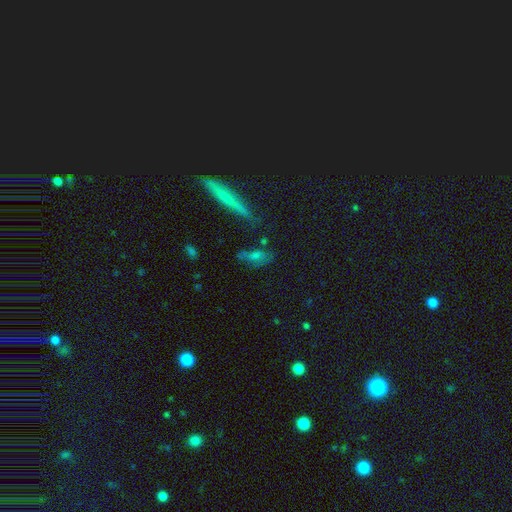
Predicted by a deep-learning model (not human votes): The model was most divided on "smooth or featured": smooth: 47%, featured or disk: 36%, star or artifact: 16%. More confident: merging — none (64%).